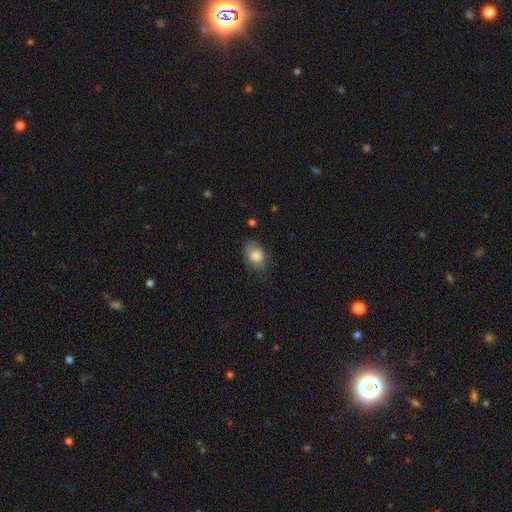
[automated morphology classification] smooth-or-featured: smooth: 81% | featured or disk: 11% | star or artifact: 8%
  how-rounded: in between: 75% | round: 24% | cigar-shaped: 1%
  merging: none: 66% | minor disturbance: 25% | major disturbance: 8% | merger: 2%